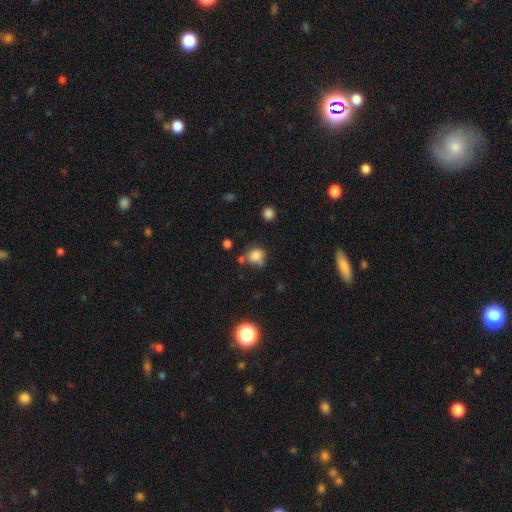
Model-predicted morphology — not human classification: smooth_or_featured: smooth (p=0.80) [alt: star or artifact p=0.13]
how_rounded: round (p=0.79) [alt: in between p=0.20]
merging: none (p=0.56) [alt: minor disturbance p=0.22]